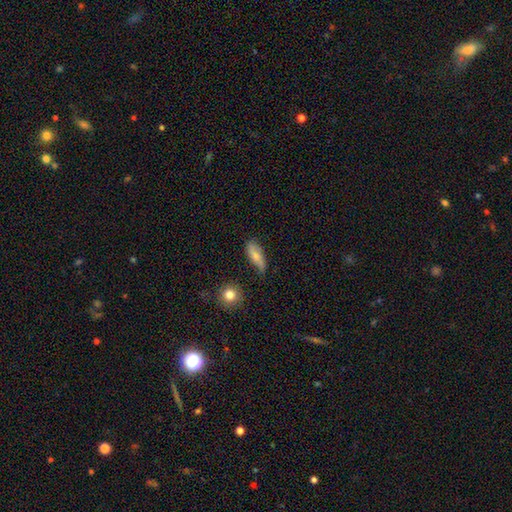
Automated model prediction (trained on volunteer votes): Smooth or featured? Predicted: smooth (p=0.69). How rounded? Predicted: in between (p=0.72). Merging? Predicted: none (p=0.61).